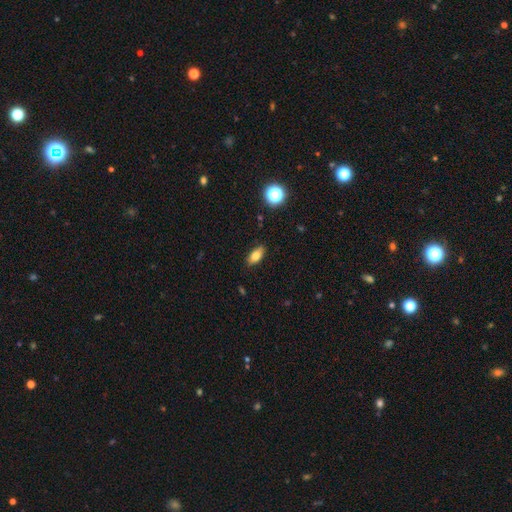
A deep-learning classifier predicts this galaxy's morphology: The model was most divided on "smooth or featured": smooth: 78%, featured or disk: 12%, star or artifact: 9%. More confident: merging — none (87%); how rounded — in between (85%).